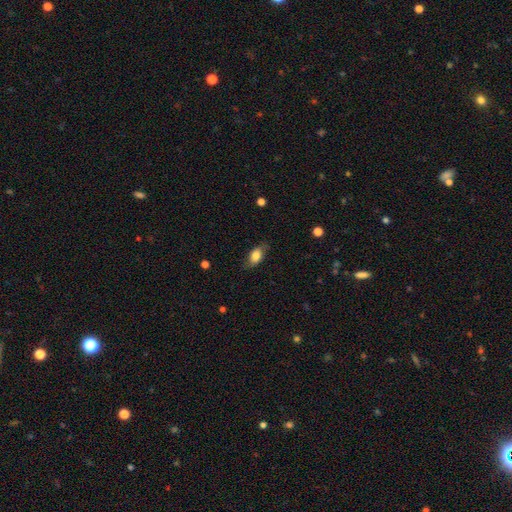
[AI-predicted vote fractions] The model was most divided on "merging": none: 72%, minor disturbance: 21%, major disturbance: 6%, merger: 1%. More confident: how rounded — in between (87%); smooth or featured — smooth (76%).